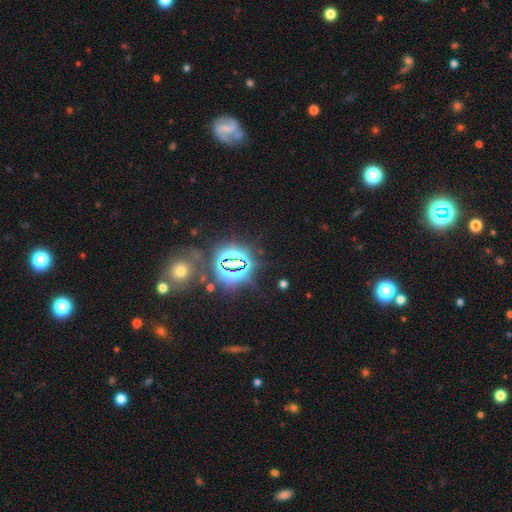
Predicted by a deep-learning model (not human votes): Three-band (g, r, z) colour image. It shows a star or artifact, not a galaxy (79%).